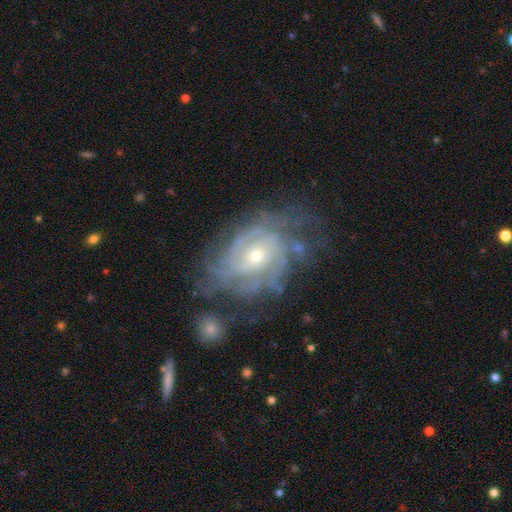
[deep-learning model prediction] smooth_or_featured: featured or disk (p=0.87) [alt: smooth p=0.07]
disk_edge_on: no (p=0.97) [alt: yes p=0.03]
bar: no (p=0.67) [alt: weak p=0.27]
has_spiral_arms: yes (p=0.94) [alt: no p=0.06]
spiral_winding: tight (p=0.69) [alt: medium p=0.25]
spiral_arm_count: can't tell (p=0.40) [alt: 3 p=0.17]
bulge_size: small (p=0.55) [alt: moderate p=0.41]
merging: none (p=0.60) [alt: minor disturbance p=0.22]